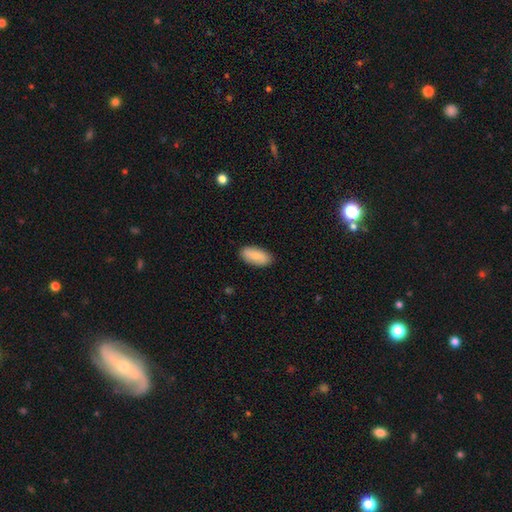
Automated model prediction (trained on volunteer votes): Smooth or featured? Predicted: smooth (p=0.82). How rounded? Predicted: in between (p=0.92). Merging? Predicted: none (p=0.88).